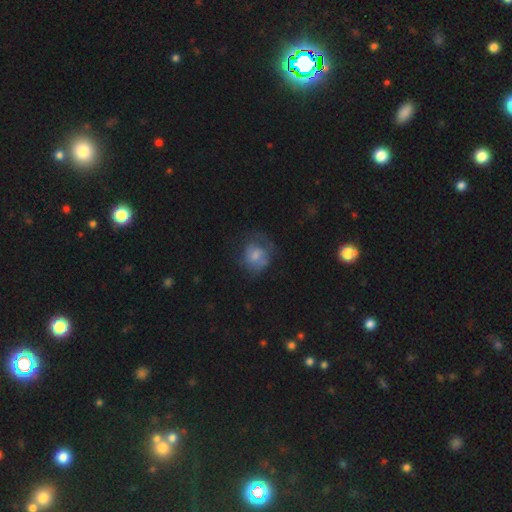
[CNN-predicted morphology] smooth-or-featured: smooth: 59% | featured or disk: 31% | star or artifact: 10%
  how-rounded: round: 68% | in between: 31% | cigar-shaped: 1%
  merging: none: 50% | minor disturbance: 26% | major disturbance: 23% | merger: 2%